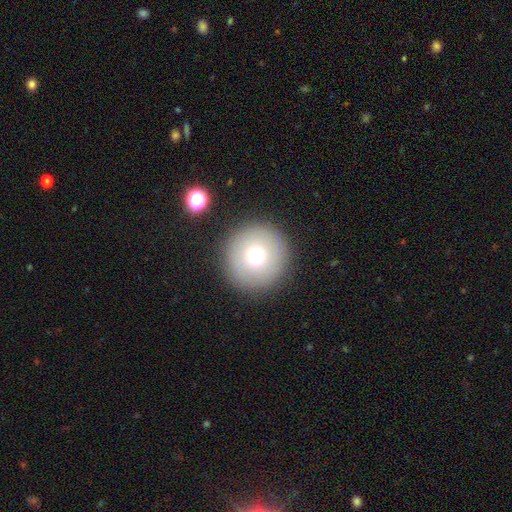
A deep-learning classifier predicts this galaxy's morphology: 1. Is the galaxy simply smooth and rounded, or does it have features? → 69% smooth, 16% star or artifact, 15% featured or disk.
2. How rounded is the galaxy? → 95% round, 4% in between, 1% cigar-shaped.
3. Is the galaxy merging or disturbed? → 89% none, 6% minor disturbance, 3% major disturbance, 2% merger.